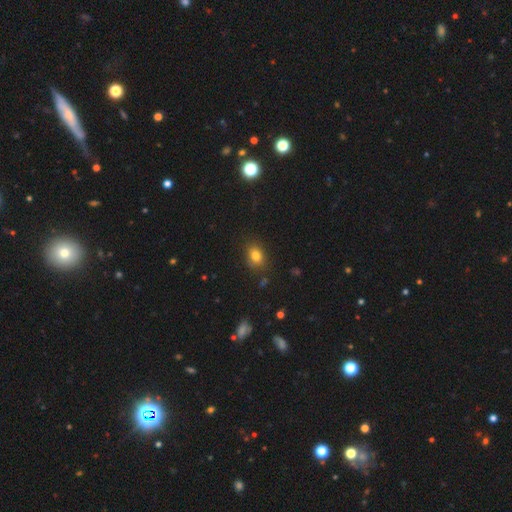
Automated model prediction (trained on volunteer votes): Q: Smooth or featured?
A: smooth (80%); runner-up: star or artifact (12%)
Q: How rounded?
A: in between (61%); runner-up: round (38%)
Q: Merging?
A: none (81%); runner-up: minor disturbance (14%)